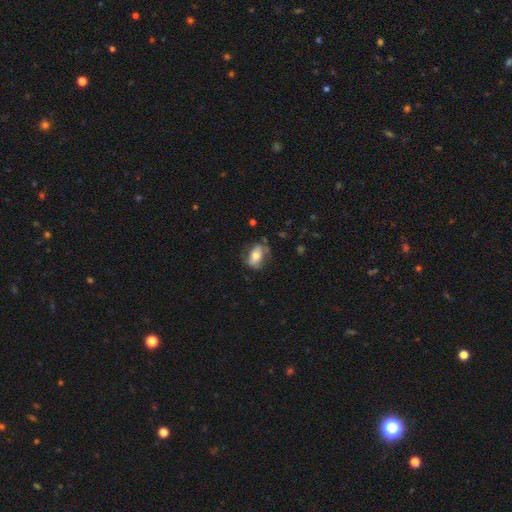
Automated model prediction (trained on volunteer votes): smooth 64%, featured or disk 29%, star or artifact 7%. Down the decision tree: how rounded — in between (86%); merging — none (62%).